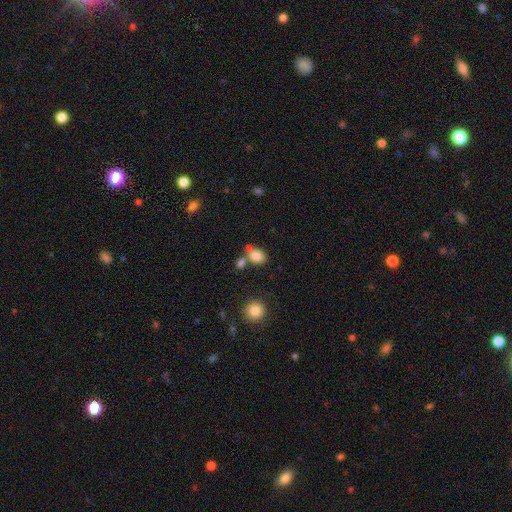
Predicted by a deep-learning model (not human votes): A smooth galaxy with no disk features (81%) that is in between round and cigar-shaped (61%).

Vote fractions:
- Smooth or featured? smooth: 81% / star or artifact: 10% / featured or disk: 8%
- How rounded? in between: 61% / round: 38% / cigar-shaped: 1%
- Merging? none: 53% / merger: 28% / minor disturbance: 14% / major disturbance: 5%